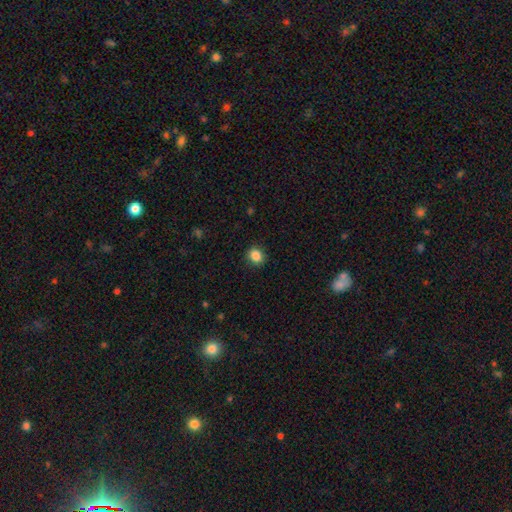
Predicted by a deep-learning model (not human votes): Q: Smooth or featured?
A: smooth (86%); runner-up: star or artifact (10%)
Q: How rounded?
A: round (73%); runner-up: in between (26%)
Q: Merging?
A: none (89%); runner-up: minor disturbance (8%)